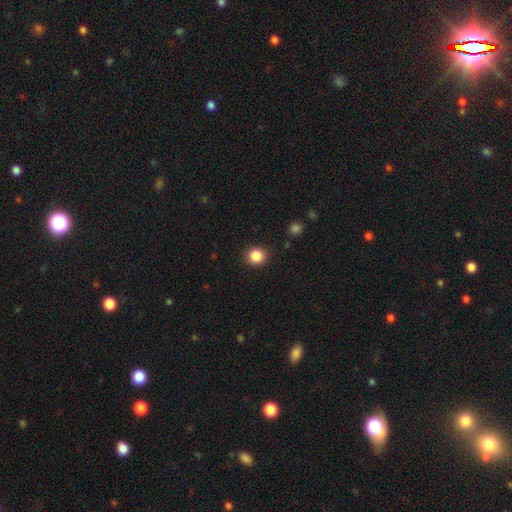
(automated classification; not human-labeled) A smooth galaxy with no disk features (85%) that is round (88%). Merging: none (90%).